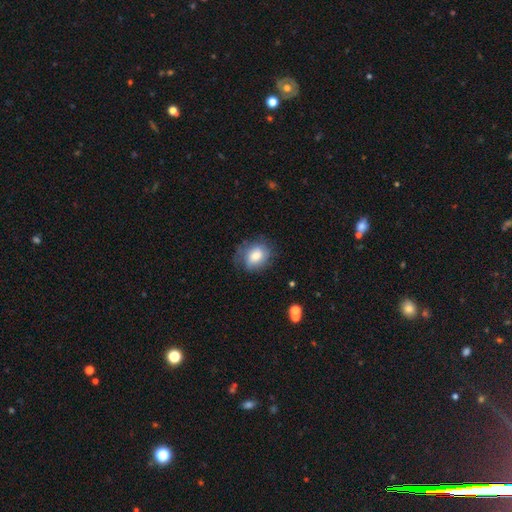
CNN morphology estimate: A smooth galaxy with no disk features (70%) that is in between round and cigar-shaped (56%).

Vote fractions:
- Smooth or featured? smooth: 70% / featured or disk: 22% / star or artifact: 8%
- How rounded? in between: 56% / round: 43% / cigar-shaped: 1%
- Merging? none: 62% / minor disturbance: 26% / major disturbance: 11% / merger: 2%